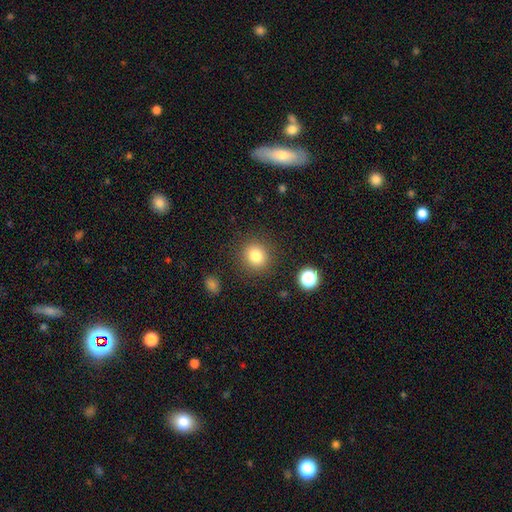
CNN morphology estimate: A smooth galaxy with no disk features (81%) that is round (81%).

Vote fractions:
- Smooth or featured? smooth: 81% / star or artifact: 12% / featured or disk: 7%
- How rounded? round: 81% / in between: 18% / cigar-shaped: 1%
- Merging? none: 87% / minor disturbance: 8% / major disturbance: 3% / merger: 2%